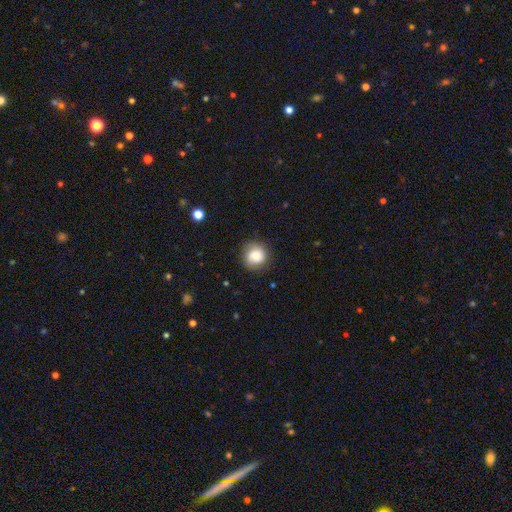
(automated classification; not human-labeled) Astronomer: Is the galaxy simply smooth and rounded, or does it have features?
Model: smooth — 79%.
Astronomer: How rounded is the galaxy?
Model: round — 89%.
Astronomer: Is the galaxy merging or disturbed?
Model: none — 80%.